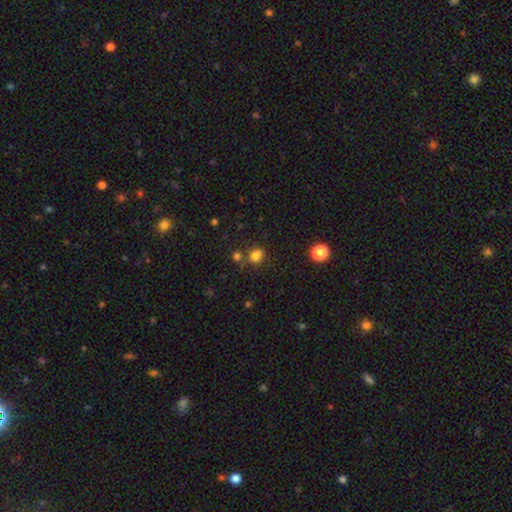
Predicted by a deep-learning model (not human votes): Overall: smooth (79%). How rounded: round (62%; in between 37%). Merging: none (65%).